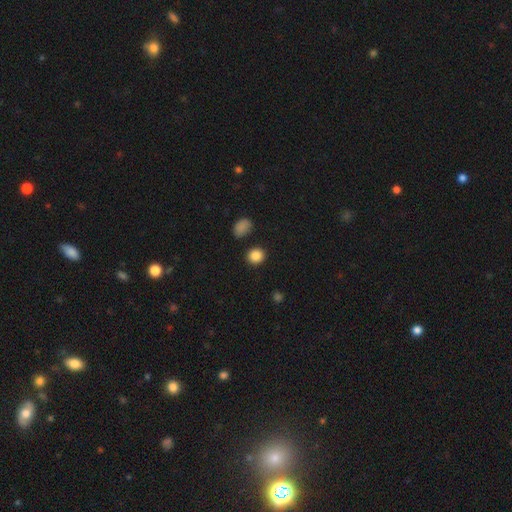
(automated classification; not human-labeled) This is clearly a smooth galaxy (86%). How rounded: clearly round (81%). Merging: clearly none (88%).